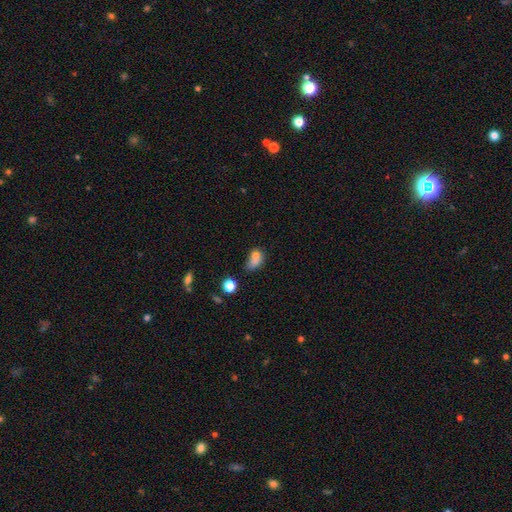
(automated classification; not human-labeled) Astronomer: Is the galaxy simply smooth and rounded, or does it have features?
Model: smooth — 72%.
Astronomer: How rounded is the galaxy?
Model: in between — 64%.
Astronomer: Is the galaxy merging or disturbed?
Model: merger — 34% (runner-up: none, 27%).